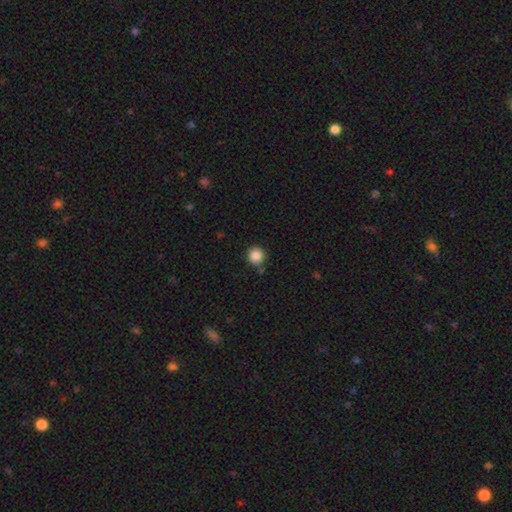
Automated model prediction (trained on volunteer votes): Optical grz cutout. It shows a smooth galaxy with no disk features (86%) that is round (94%). Merging: none (83%).